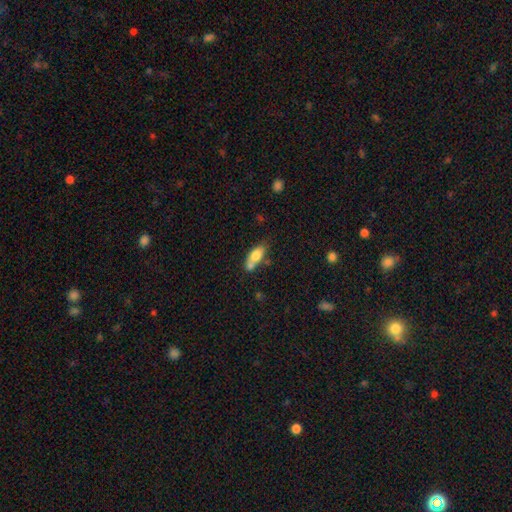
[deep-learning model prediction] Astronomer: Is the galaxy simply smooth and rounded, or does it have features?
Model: smooth — 73%.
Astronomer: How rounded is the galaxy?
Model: in between — 77%.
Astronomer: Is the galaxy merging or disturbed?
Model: none — 43% (runner-up: merger, 32%).